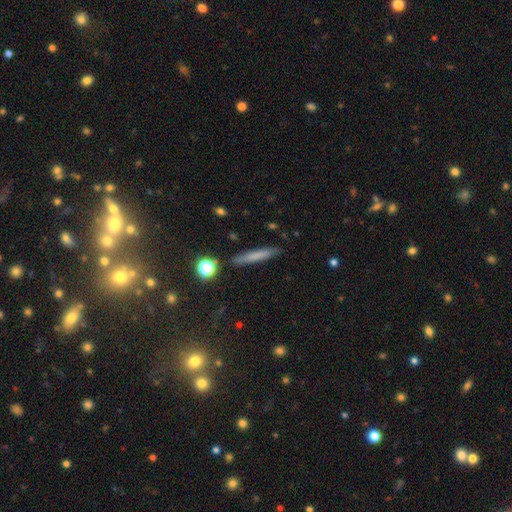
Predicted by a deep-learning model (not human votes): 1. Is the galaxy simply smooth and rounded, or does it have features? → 67% smooth, 23% featured or disk, 10% star or artifact.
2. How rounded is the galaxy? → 93% cigar-shaped, 4% in between, 3% round.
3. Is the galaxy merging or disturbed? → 87% none, 9% minor disturbance, 2% major disturbance, 2% merger.